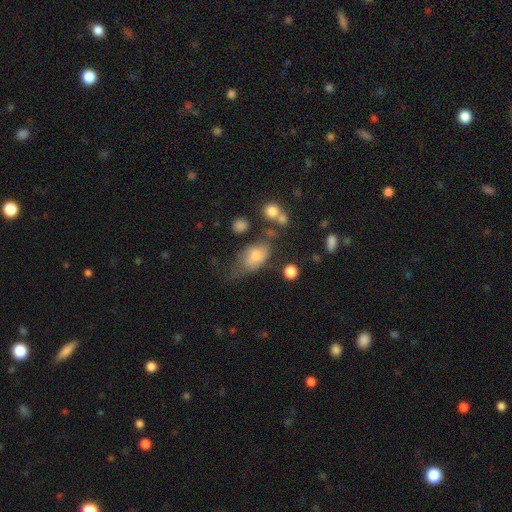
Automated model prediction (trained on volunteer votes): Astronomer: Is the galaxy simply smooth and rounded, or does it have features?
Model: smooth — 69%.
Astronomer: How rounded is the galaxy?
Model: in between — 85%.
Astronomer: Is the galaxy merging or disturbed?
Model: minor disturbance — 34% (runner-up: none, 33%).